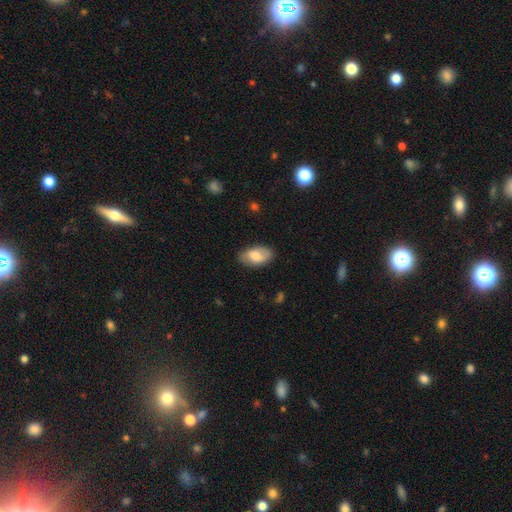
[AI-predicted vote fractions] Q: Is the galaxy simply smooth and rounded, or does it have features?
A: smooth — 68%.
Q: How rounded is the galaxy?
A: in between — 93%.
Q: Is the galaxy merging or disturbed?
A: none — 82%.